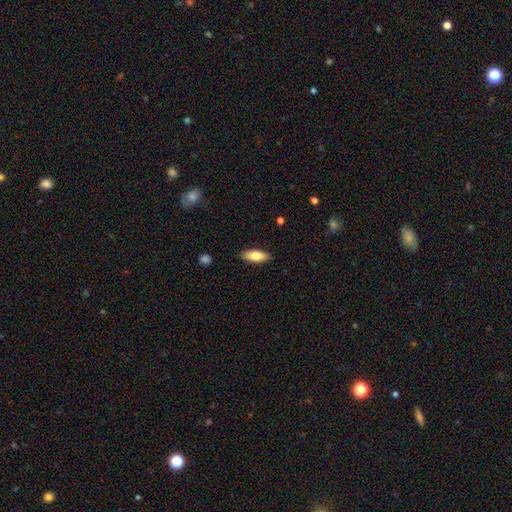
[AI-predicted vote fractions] Q: Smooth or featured?
A: smooth (78%); runner-up: featured or disk (16%)
Q: How rounded?
A: in between (72%); runner-up: cigar-shaped (26%)
Q: Merging?
A: none (89%); runner-up: minor disturbance (8%)